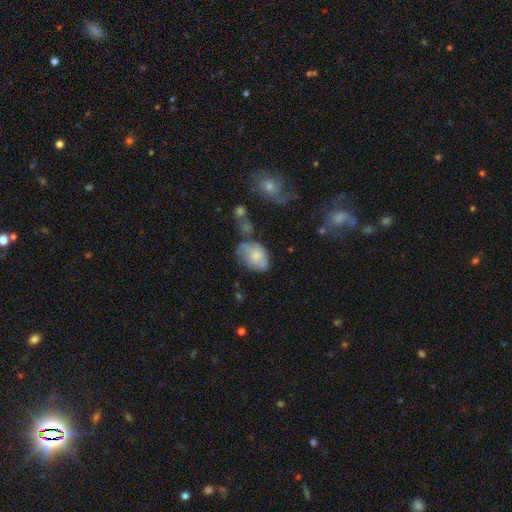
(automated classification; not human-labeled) The model was most divided on "merging": none: 41%, minor disturbance: 31%, major disturbance: 17%, merger: 11%. More confident: how rounded — in between (81%); smooth or featured — smooth (61%).